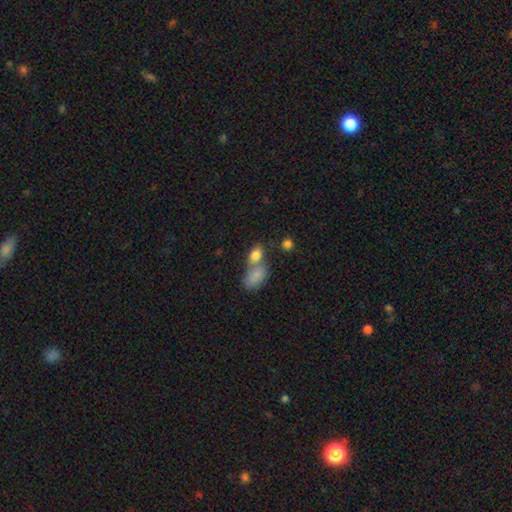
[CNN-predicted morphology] Overall: smooth (82%). How rounded: in between (83%). Merging: merger (47%; none 36%).